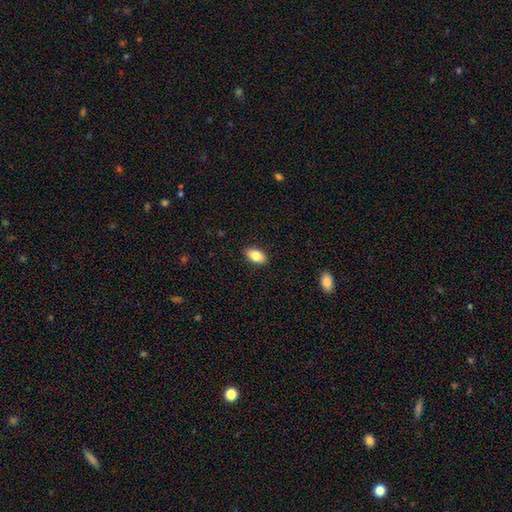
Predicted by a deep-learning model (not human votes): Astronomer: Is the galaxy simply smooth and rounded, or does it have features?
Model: smooth — 84%.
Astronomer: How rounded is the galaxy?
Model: in between — 93%.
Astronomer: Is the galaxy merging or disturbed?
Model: none — 89%.